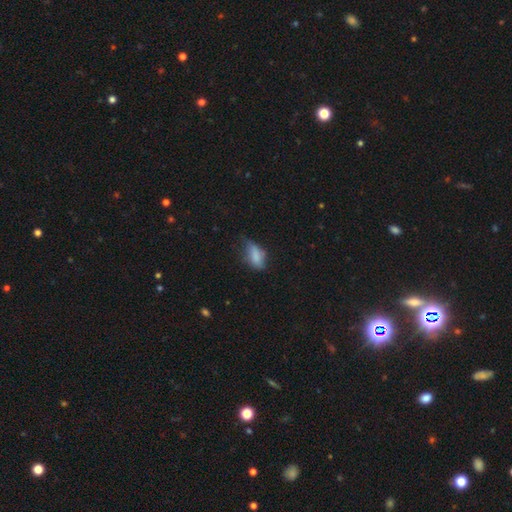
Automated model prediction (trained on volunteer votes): Smooth or featured?
  - smooth: 76% *
  - featured or disk: 15%
  - star or artifact: 9%
How rounded?
  - in between: 87% *
  - cigar-shaped: 9%
  - round: 5%
Merging?
  - minor disturbance: 43% *
  - none: 39%
  - major disturbance: 16%
  - merger: 2%